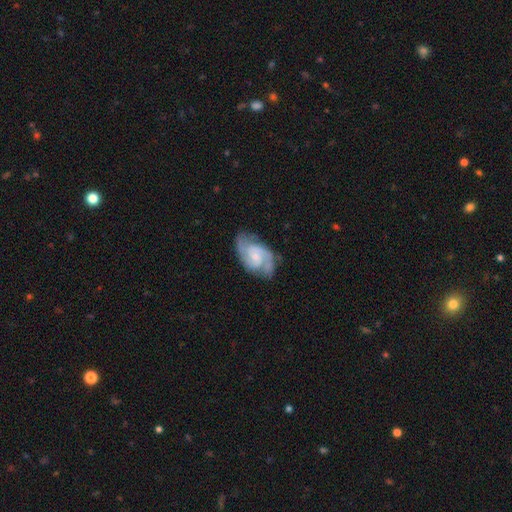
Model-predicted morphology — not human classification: type=featured or disk (87%); edge-on=no (97%); bar=no (50%); spiral arms=yes (97%); winding=medium (52%); arm count=2 (80%); bulge=small (54%); merging=none (73%).